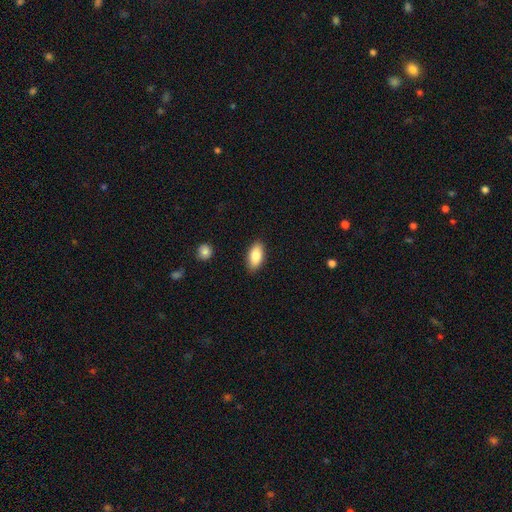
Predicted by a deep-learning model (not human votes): Q: Smooth or featured?
A: smooth (85%); runner-up: featured or disk (9%)
Q: How rounded?
A: in between (91%); runner-up: cigar-shaped (7%)
Q: Merging?
A: none (88%); runner-up: minor disturbance (9%)